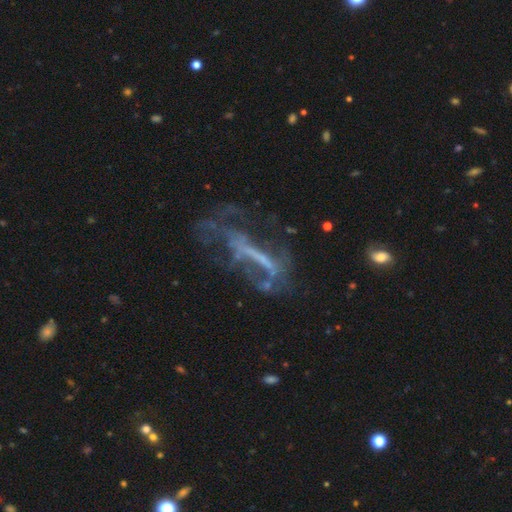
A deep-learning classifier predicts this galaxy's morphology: Smooth or featured? featured or disk (66%)
Edge-on disk? no (75%)
Merging? major disturbance (41%)